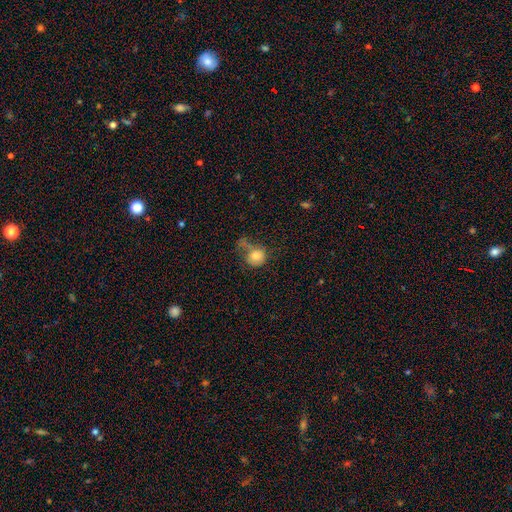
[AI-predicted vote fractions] smooth-or-featured: smooth: 76% | featured or disk: 14% | star or artifact: 10%
  how-rounded: round: 73% | in between: 26% | cigar-shaped: 1%
  merging: none: 33% | major disturbance: 26% | minor disturbance: 22% | merger: 19%